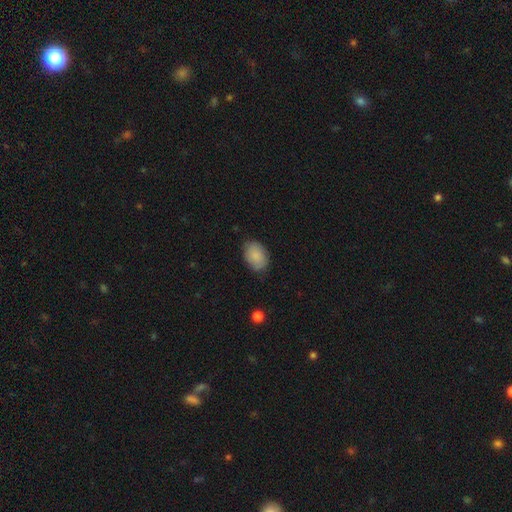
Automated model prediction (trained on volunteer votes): The model was most divided on "merging": none: 79%, minor disturbance: 17%, major disturbance: 3%, merger: 1%. More confident: smooth or featured — smooth (85%); how rounded — in between (82%).